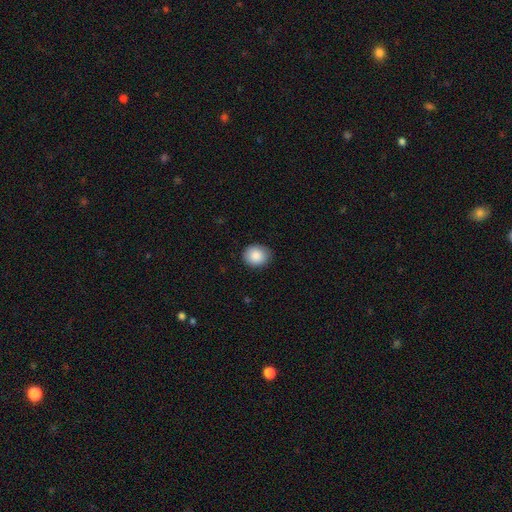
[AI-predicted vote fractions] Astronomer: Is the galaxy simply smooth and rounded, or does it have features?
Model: smooth — 88%.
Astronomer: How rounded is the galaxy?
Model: round — 71%.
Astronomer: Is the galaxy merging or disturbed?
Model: none — 85%.